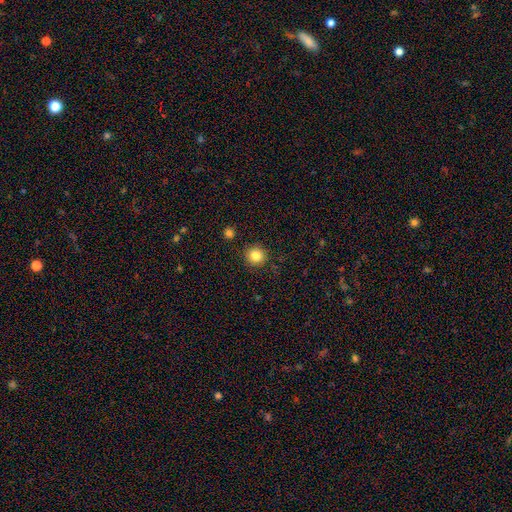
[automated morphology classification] smooth 84%, star or artifact 11%, featured or disk 5%. Down the decision tree: how rounded — round (94%); merging — none (90%).